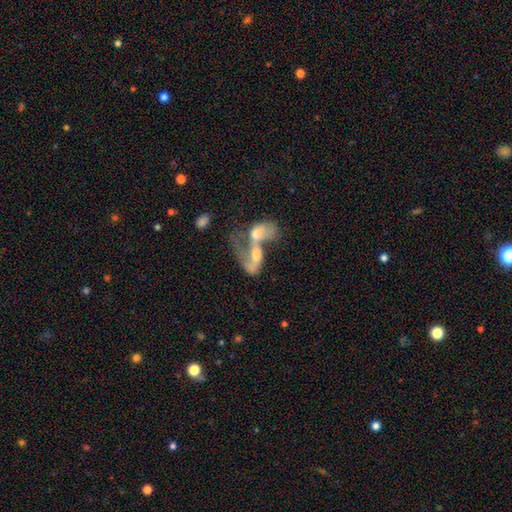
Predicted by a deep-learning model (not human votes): Overall: featured or disk (52%; smooth 39%). Edge-on disk: no (93%). Merging: merger (81%).